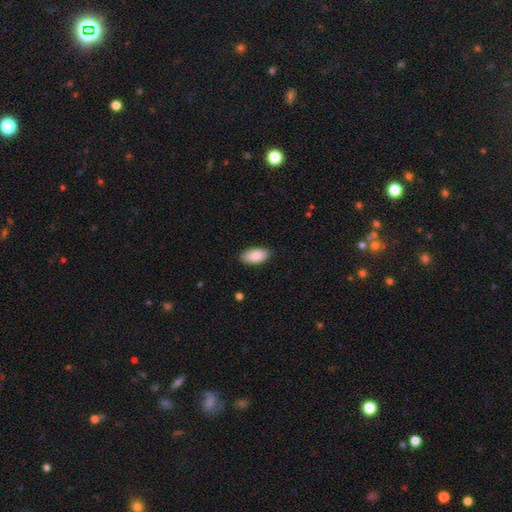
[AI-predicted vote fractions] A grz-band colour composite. It shows a smooth galaxy with no disk features (88%) that is in between round and cigar-shaped (92%). Merging: none (88%).